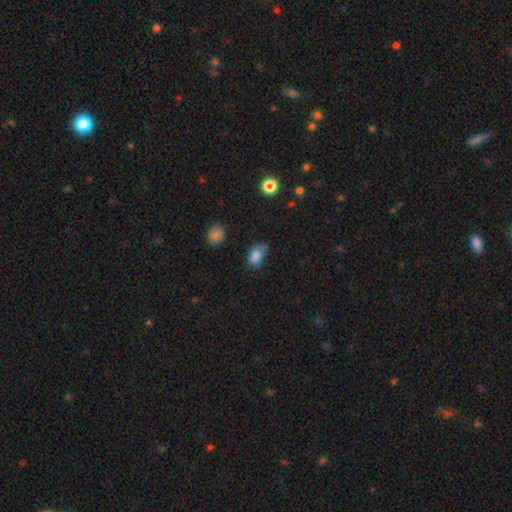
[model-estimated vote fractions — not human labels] Smooth or featured? Predicted: smooth (p=0.79). How rounded? Predicted: in between (p=0.80). Merging? Predicted: none (p=0.41).